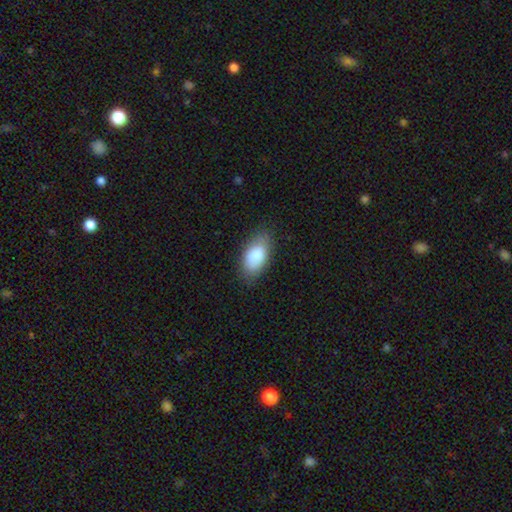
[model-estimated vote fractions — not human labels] Smooth or featured? Predicted: smooth (p=0.85). How rounded? Predicted: in between (p=0.94). Merging? Predicted: none (p=0.78).